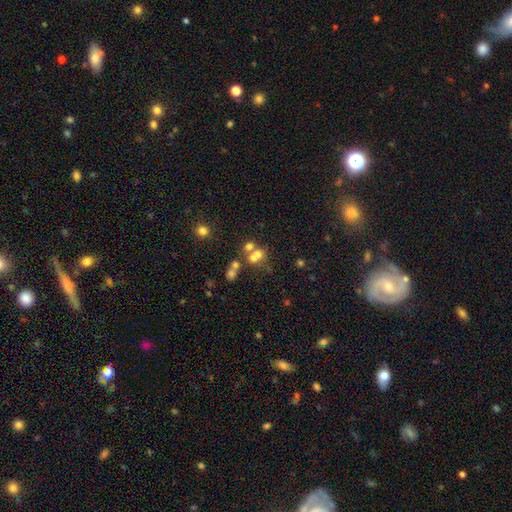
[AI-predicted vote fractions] smooth 55%, featured or disk 25%, star or artifact 20%. Down the decision tree: how rounded — round (65%); merging — merger (53%).